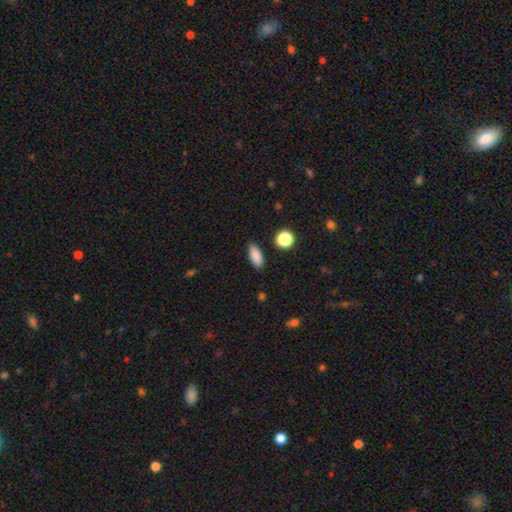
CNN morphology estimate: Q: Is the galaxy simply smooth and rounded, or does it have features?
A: smooth — 86%.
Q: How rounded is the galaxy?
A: in between — 76%.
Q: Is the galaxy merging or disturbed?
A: none — 88%.